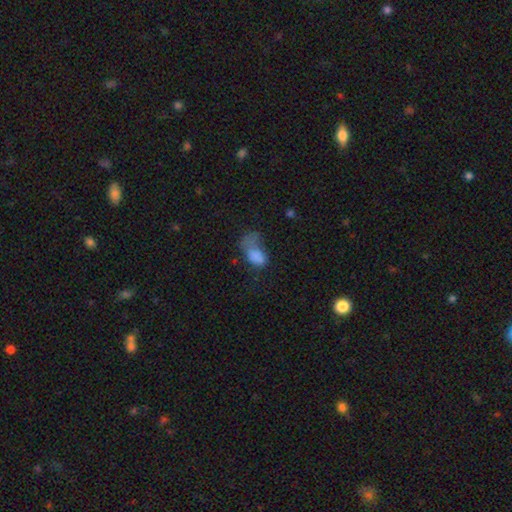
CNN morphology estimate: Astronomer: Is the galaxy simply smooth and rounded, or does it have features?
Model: smooth — 70%.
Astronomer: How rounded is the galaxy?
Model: in between — 89%.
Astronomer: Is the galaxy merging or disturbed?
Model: major disturbance — 55%.